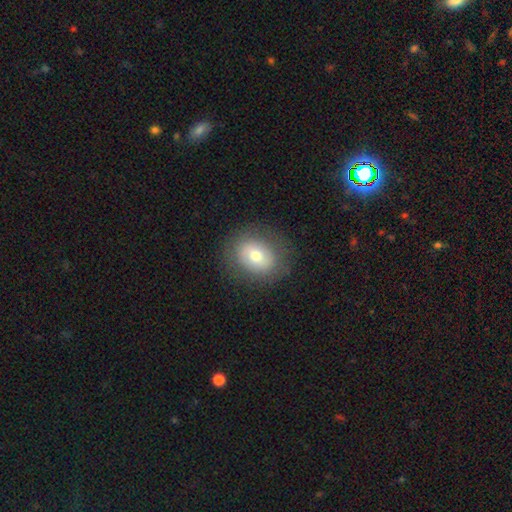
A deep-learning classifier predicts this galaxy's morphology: Q: Smooth or featured?
A: smooth (67%); runner-up: featured or disk (24%)
Q: How rounded?
A: round (58%); runner-up: in between (41%)
Q: Merging?
A: none (84%); runner-up: minor disturbance (10%)